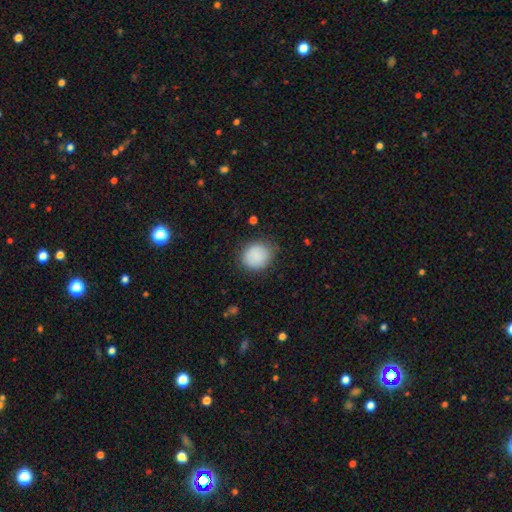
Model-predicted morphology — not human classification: A smooth galaxy with no disk features (87%) that is round (76%).

Vote fractions:
- Smooth or featured? smooth: 87% / star or artifact: 8% / featured or disk: 5%
- How rounded? round: 76% / in between: 23% / cigar-shaped: 1%
- Merging? none: 78% / minor disturbance: 16% / major disturbance: 5% / merger: 1%